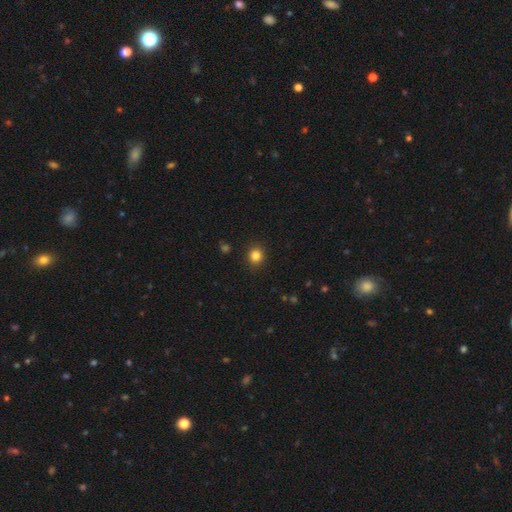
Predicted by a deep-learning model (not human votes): A smooth galaxy with no disk features (84%) that is round (85%).

Vote fractions:
- Smooth or featured? smooth: 84% / star or artifact: 12% / featured or disk: 4%
- How rounded? round: 85% / in between: 14% / cigar-shaped: 1%
- Merging? none: 91% / minor disturbance: 6% / major disturbance: 2% / merger: 1%